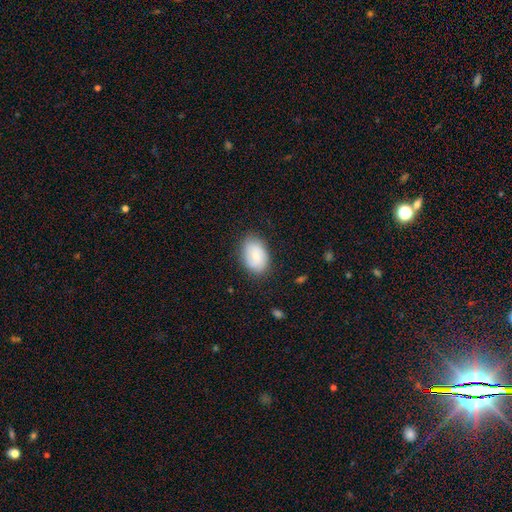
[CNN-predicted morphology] Smooth or featured: smooth — 72% (featured or disk — 21%)
How rounded: in between — 85% (round — 14%)
Merging: none — 78% (minor disturbance — 17%)